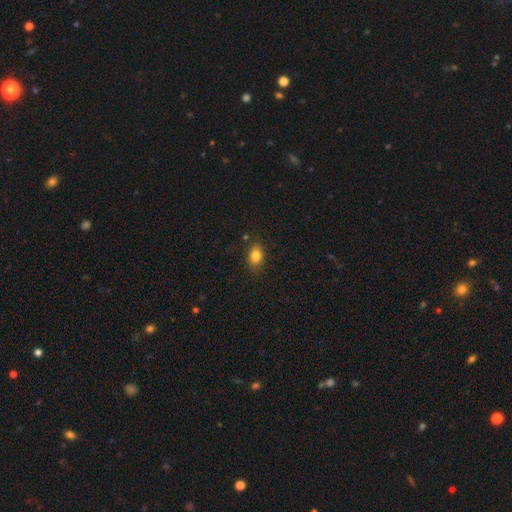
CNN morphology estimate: smooth 83%, star or artifact 10%, featured or disk 7%. Down the decision tree: how rounded — in between (76%); merging — none (83%).